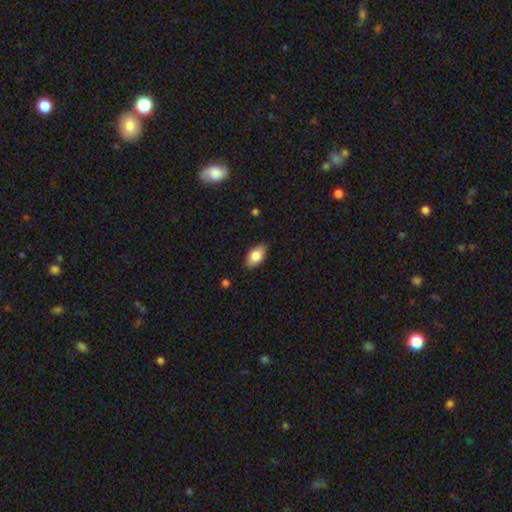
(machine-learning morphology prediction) Smooth or featured? smooth (82%)
How rounded? in between (92%)
Merging? none (84%)